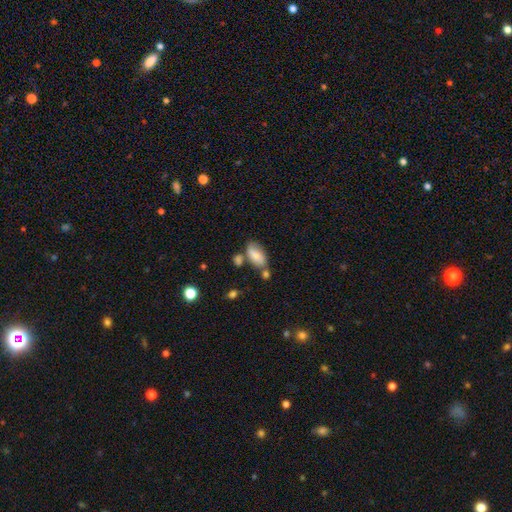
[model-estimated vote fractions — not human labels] smooth 73%, featured or disk 19%, star or artifact 8%. Down the decision tree: how rounded — in between (92%); merging — none (55%).